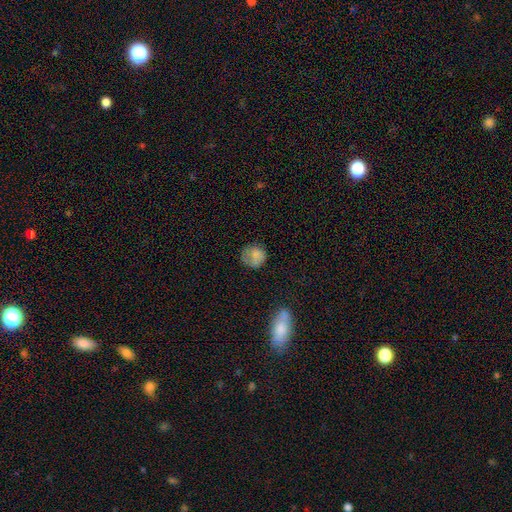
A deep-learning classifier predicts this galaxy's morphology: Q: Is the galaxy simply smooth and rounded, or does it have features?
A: smooth — 77%.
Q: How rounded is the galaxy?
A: round — 84%.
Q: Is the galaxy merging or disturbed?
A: none — 58%.